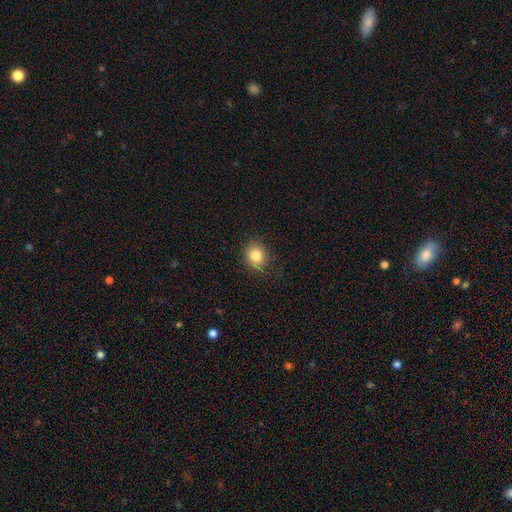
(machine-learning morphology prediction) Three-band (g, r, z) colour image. It shows a smooth galaxy with no disk features (83%) that is round (71%). Merging: none (85%).